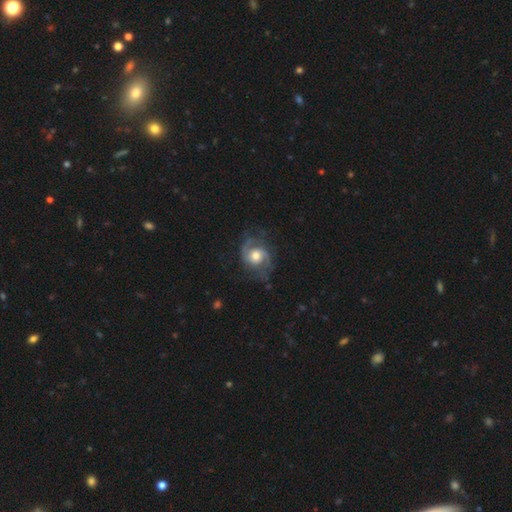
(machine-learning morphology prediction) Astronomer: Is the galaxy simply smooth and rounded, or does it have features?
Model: featured or disk — 78%.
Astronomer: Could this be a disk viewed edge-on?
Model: no — 98%.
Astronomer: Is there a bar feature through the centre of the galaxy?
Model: no — 70%.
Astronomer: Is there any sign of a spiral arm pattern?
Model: yes — 92%.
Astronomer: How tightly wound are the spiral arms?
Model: medium — 49% (runner-up: tight, 27%).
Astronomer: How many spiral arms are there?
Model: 2 — 84%.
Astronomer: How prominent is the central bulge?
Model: moderate — 61%.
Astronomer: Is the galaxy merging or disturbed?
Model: none — 66%.